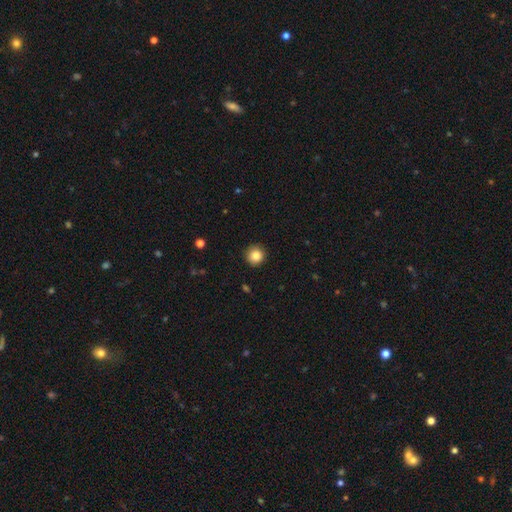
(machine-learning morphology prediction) Smooth or featured?
  - smooth: 86% *
  - star or artifact: 9%
  - featured or disk: 4%
How rounded?
  - round: 93% *
  - in between: 6%
  - cigar-shaped: 1%
Merging?
  - none: 90% *
  - minor disturbance: 7%
  - major disturbance: 2%
  - merger: 1%